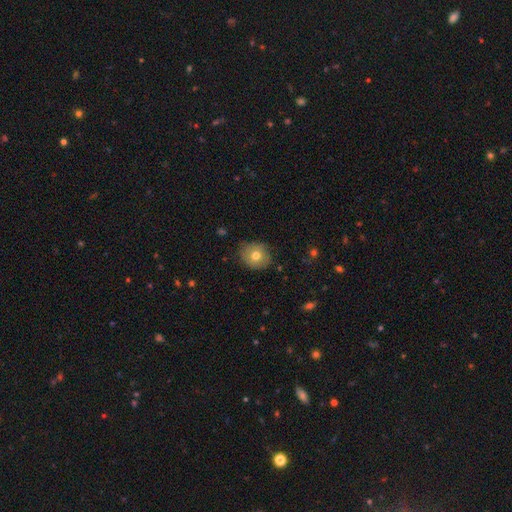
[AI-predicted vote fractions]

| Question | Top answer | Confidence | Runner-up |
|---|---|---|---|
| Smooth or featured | smooth | 72% | featured or disk (19%) |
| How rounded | round | 69% | in between (30%) |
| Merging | none | 80% | minor disturbance (15%) |